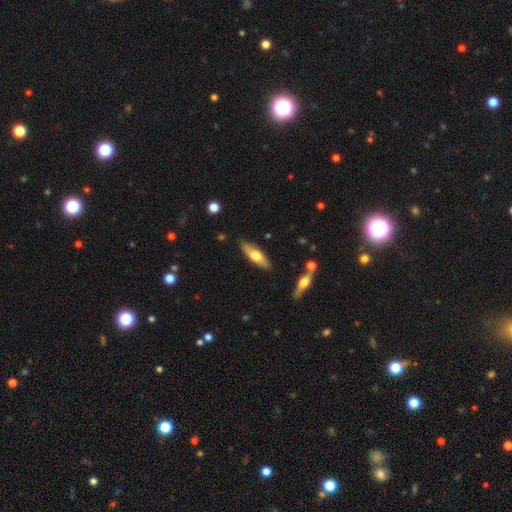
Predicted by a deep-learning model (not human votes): Overall: smooth (58%; featured or disk 36%). How rounded: cigar-shaped (53%; in between 45%). Merging: none (85%).